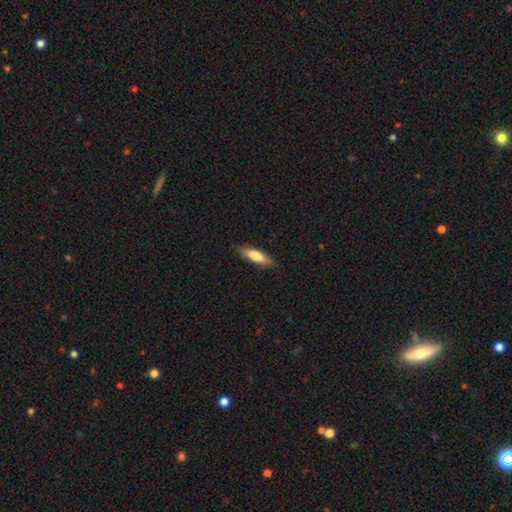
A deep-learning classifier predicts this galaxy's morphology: This is likely a smooth galaxy (72%). How rounded: possibly cigar-shaped (56%). Merging: clearly none (84%).